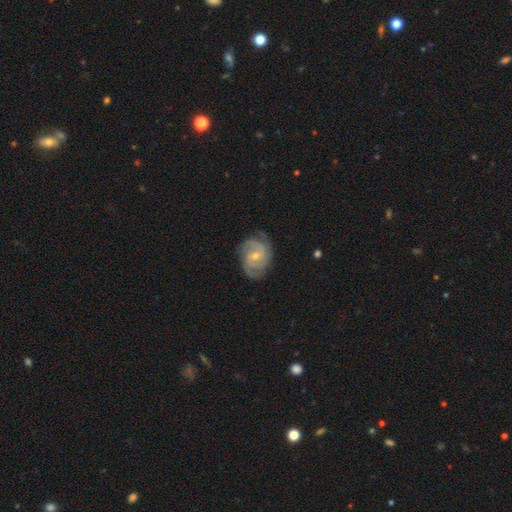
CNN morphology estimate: smooth_or_featured: featured or disk (p=0.85) [alt: smooth p=0.10]
disk_edge_on: no (p=0.98) [alt: yes p=0.02]
bar: no (p=0.53) [alt: weak p=0.39]
has_spiral_arms: yes (p=0.97) [alt: no p=0.03]
spiral_winding: tight (p=0.52) [alt: medium p=0.40]
spiral_arm_count: 2 (p=0.43) [alt: 3 p=0.30]
bulge_size: small (p=0.54) [alt: moderate p=0.43]
merging: none (p=0.74) [alt: minor disturbance p=0.19]